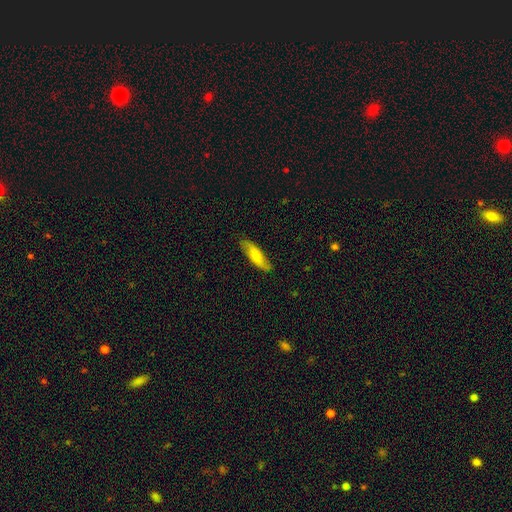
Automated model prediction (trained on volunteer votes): smooth-or-featured: smooth: 54% | featured or disk: 41% | star or artifact: 6%
  how-rounded: cigar-shaped: 57% | in between: 41% | round: 2%
  merging: none: 83% | minor disturbance: 13% | major disturbance: 2% | merger: 1%